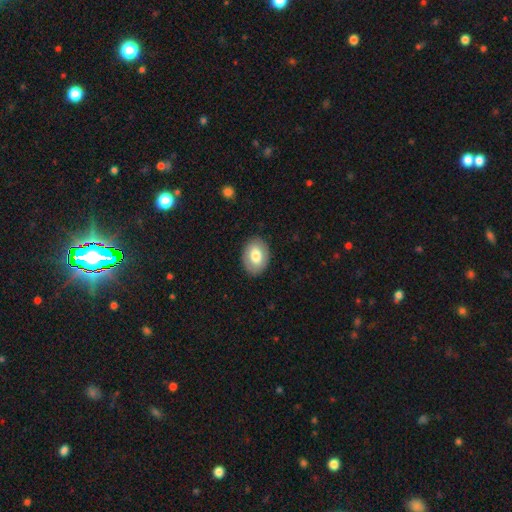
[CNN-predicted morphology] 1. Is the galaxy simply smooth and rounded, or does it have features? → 74% smooth, 20% featured or disk, 7% star or artifact.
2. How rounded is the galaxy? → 79% in between, 20% round, 1% cigar-shaped.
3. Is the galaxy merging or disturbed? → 86% none, 10% minor disturbance, 3% major disturbance, 1% merger.